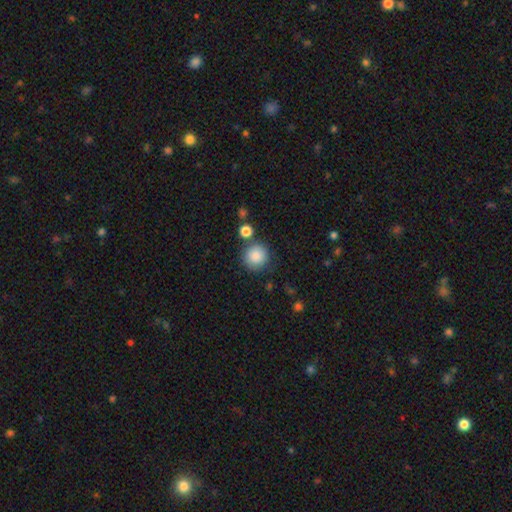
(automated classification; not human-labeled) Smooth or featured?
  - smooth: 86% *
  - star or artifact: 9%
  - featured or disk: 6%
How rounded?
  - round: 93% *
  - in between: 6%
  - cigar-shaped: 1%
Merging?
  - none: 78% *
  - minor disturbance: 11%
  - merger: 8%
  - major disturbance: 4%